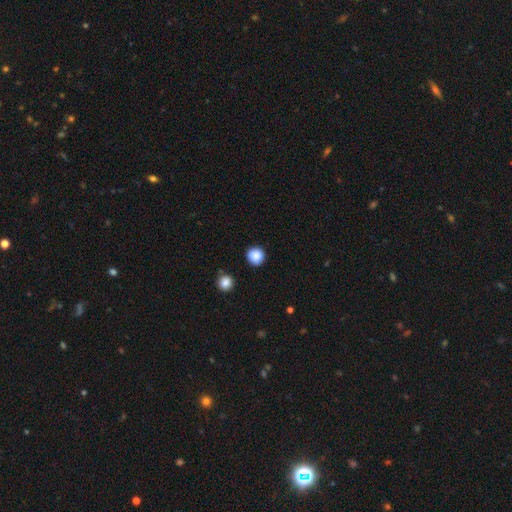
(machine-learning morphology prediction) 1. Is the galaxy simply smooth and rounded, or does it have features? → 88% smooth, 9% star or artifact, 3% featured or disk.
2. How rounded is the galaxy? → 93% round, 6% in between, 1% cigar-shaped.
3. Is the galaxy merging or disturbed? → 90% none, 7% minor disturbance, 2% major disturbance, 2% merger.